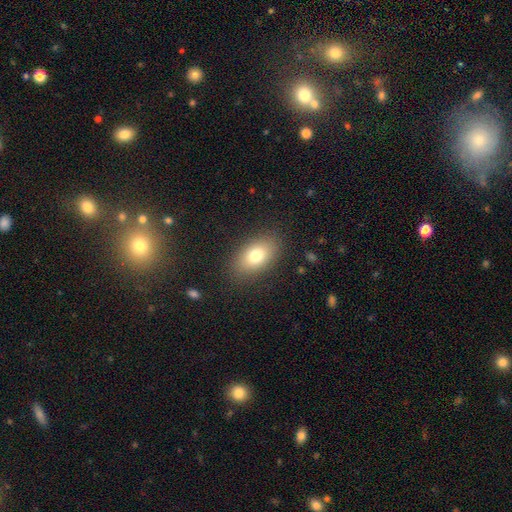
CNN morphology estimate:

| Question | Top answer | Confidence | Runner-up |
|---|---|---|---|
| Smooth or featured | smooth | 77% | featured or disk (14%) |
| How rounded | in between | 89% | round (9%) |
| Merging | none | 85% | minor disturbance (10%) |